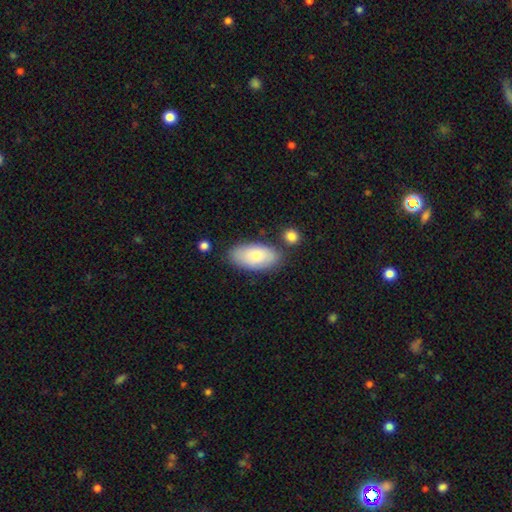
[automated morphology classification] Smooth or featured: smooth — 78% (featured or disk — 17%)
How rounded: in between — 93% (cigar-shaped — 4%)
Merging: none — 75% (minor disturbance — 14%)